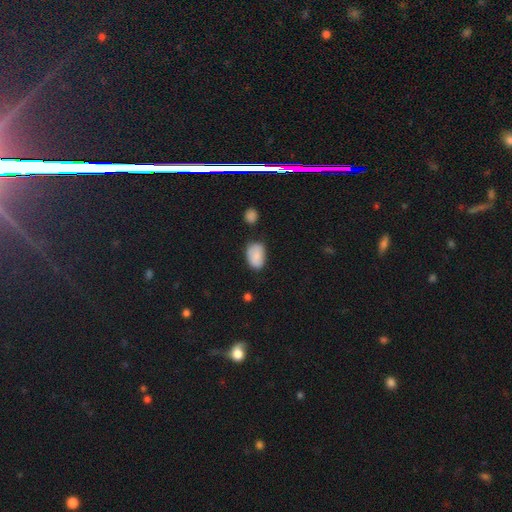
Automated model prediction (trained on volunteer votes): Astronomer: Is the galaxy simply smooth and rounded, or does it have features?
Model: smooth — 85%.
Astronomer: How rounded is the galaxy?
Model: in between — 90%.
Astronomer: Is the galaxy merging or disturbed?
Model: none — 67%.